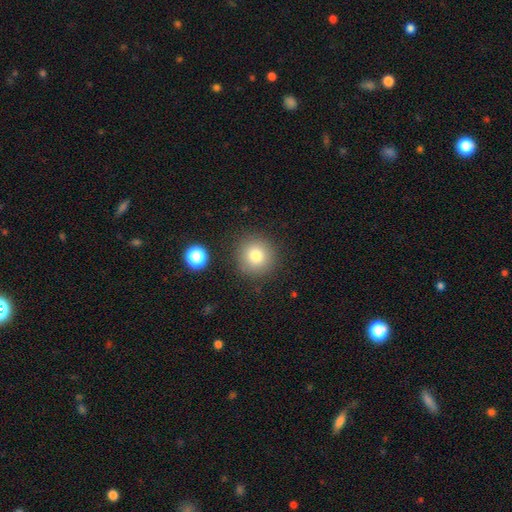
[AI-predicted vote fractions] Smooth or featured: smooth — 79% (star or artifact — 12%)
How rounded: round — 93% (in between — 6%)
Merging: none — 87% (minor disturbance — 7%)